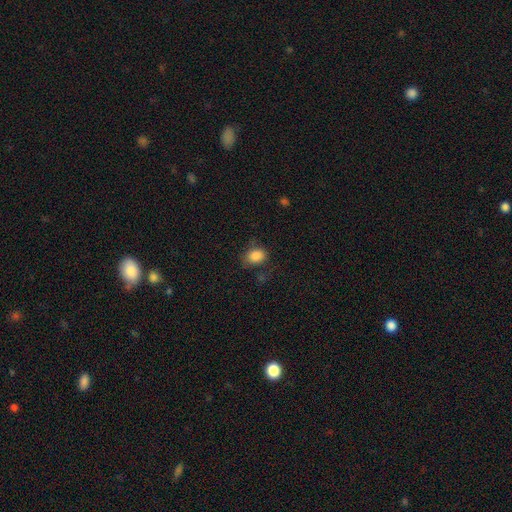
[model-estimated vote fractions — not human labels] This appears to be a smooth galaxy with no disk features (86%) that is in between round and cigar-shaped (59%). Merging: none (68%).